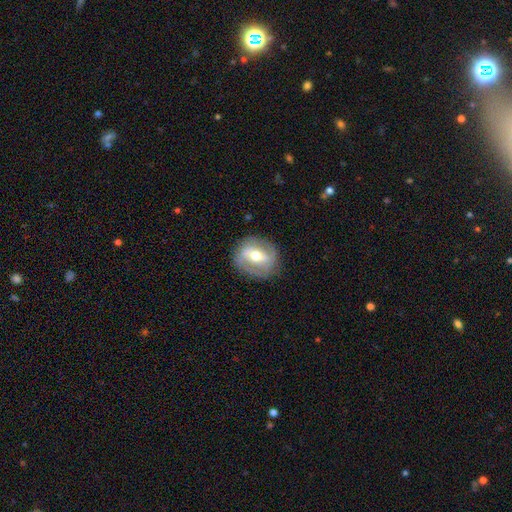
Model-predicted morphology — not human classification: featured or disk 68%, smooth 26%, star or artifact 6%. Down the decision tree: edge-on disk — no (93%); bar — strong (44%); spiral arms — yes (63%); bulge size — moderate (74%); merging — none (82%).